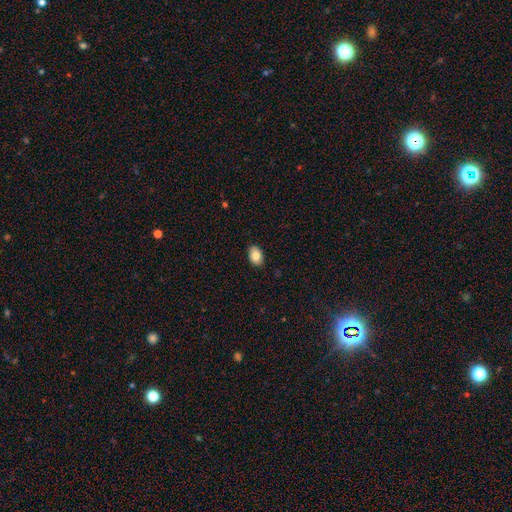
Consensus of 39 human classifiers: Overall: smooth (85%). How rounded: in between (91%). Merging: none (86%).